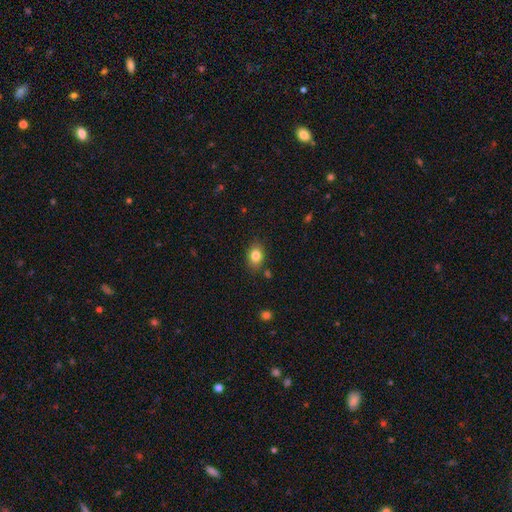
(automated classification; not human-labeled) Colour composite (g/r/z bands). It shows a smooth galaxy with no disk features (83%) that is in between round and cigar-shaped (72%). Merging: none (81%).